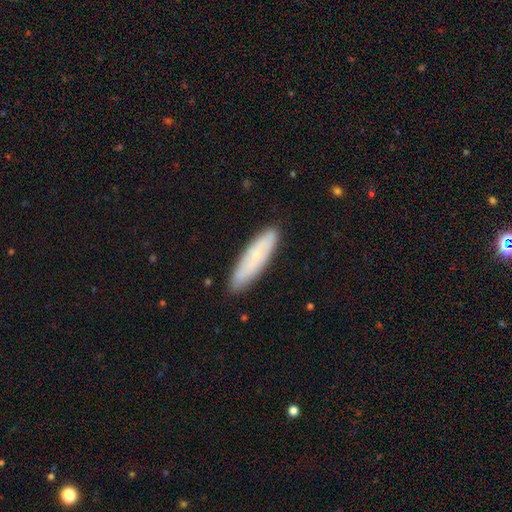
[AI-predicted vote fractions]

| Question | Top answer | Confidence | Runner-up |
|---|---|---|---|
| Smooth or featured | smooth | 65% | featured or disk (28%) |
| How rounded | cigar-shaped | 72% | in between (27%) |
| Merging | none | 87% | minor disturbance (10%) |